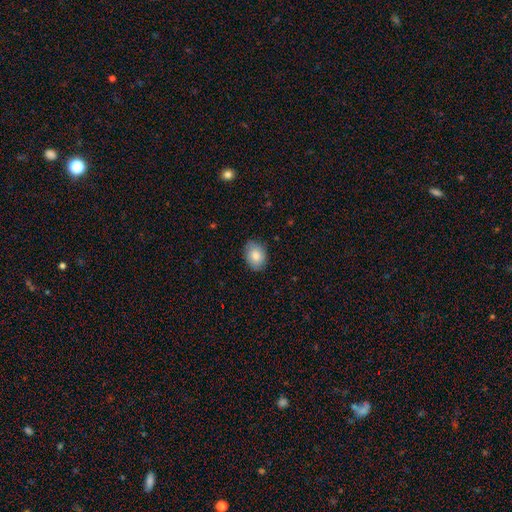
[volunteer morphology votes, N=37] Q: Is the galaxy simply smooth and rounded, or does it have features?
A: smooth — 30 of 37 (81%).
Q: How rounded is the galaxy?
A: in between — 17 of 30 (57%).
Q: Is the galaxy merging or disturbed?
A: none — 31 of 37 (84%).